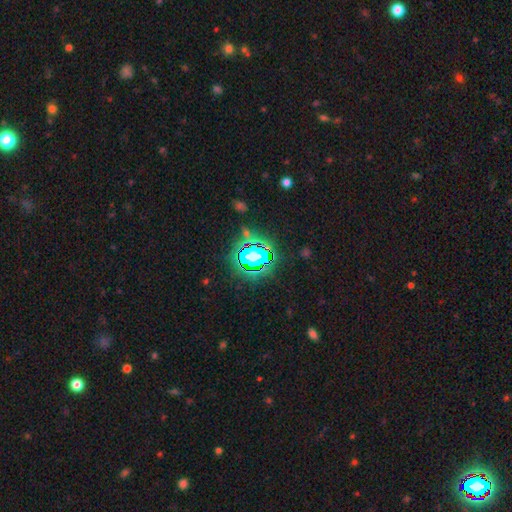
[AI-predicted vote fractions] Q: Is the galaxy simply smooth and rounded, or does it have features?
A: star or artifact — 74%.